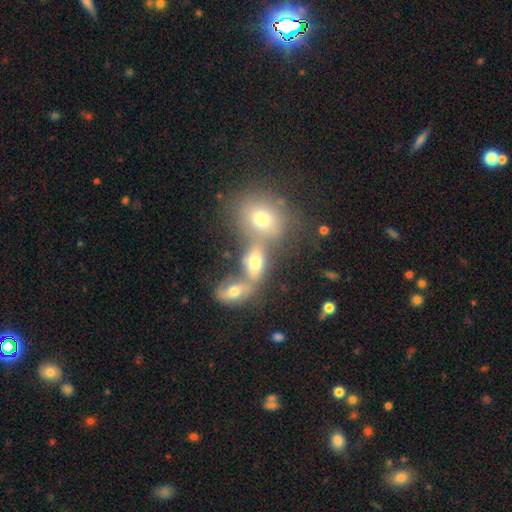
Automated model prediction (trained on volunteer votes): A smooth galaxy with no disk features (53%) that is round (51%). Merging: merger (55%).